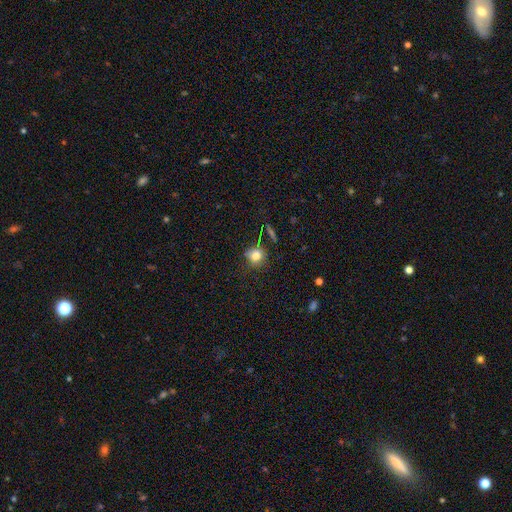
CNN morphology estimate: Smooth or featured? Predicted: smooth (p=0.78). How rounded? Predicted: round (p=0.81). Merging? Predicted: none (p=0.69).